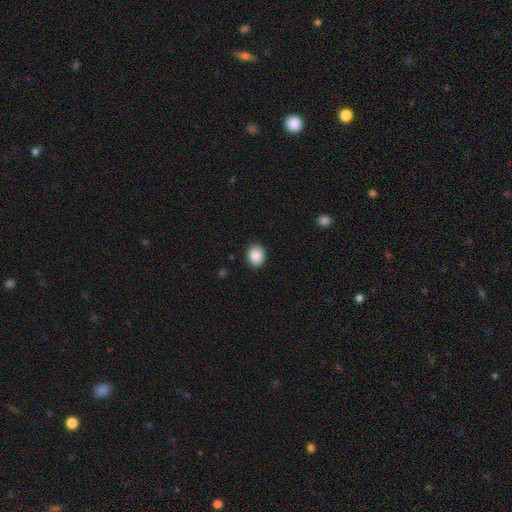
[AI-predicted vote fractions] Q: Smooth or featured?
A: smooth (88%); runner-up: star or artifact (8%)
Q: How rounded?
A: round (54%); runner-up: in between (45%)
Q: Merging?
A: none (88%); runner-up: minor disturbance (9%)